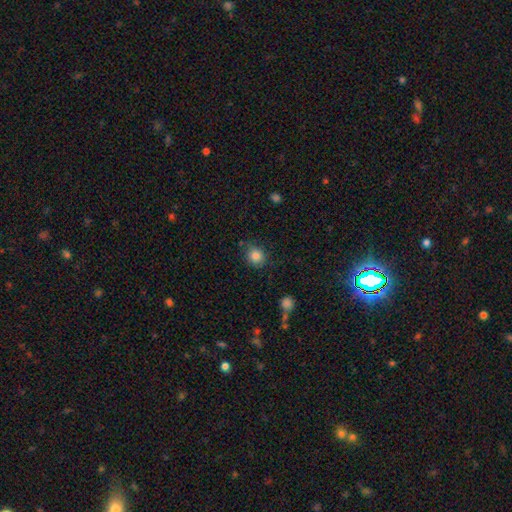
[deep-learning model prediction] Smooth or featured?
  - smooth: 85% *
  - star or artifact: 10%
  - featured or disk: 5%
How rounded?
  - round: 81% *
  - in between: 18%
  - cigar-shaped: 1%
Merging?
  - none: 80% *
  - minor disturbance: 14%
  - major disturbance: 3%
  - merger: 3%